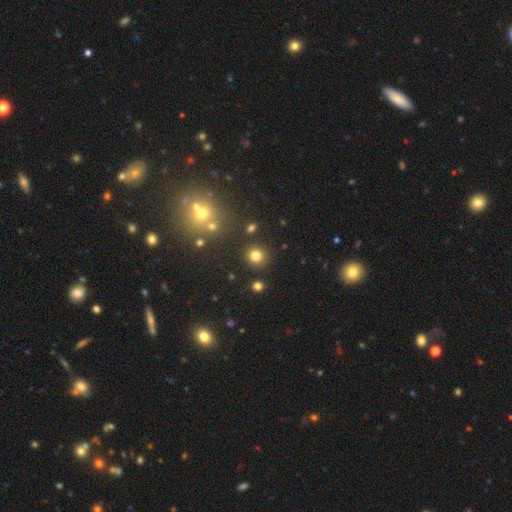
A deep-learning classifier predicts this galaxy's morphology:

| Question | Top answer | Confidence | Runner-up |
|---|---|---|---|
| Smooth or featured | smooth | 79% | star or artifact (15%) |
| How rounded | round | 91% | in between (8%) |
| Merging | none | 88% | minor disturbance (6%) |